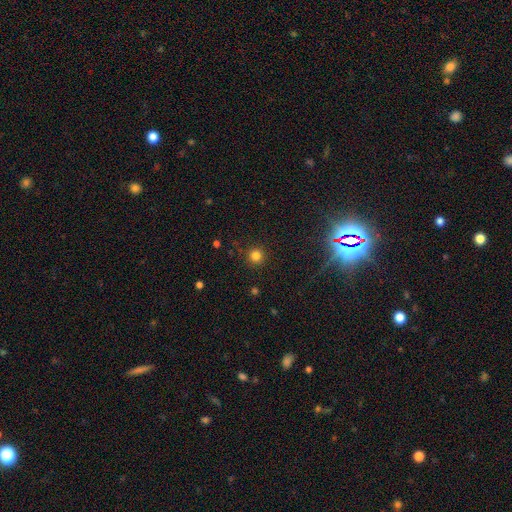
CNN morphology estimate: smooth-or-featured: smooth: 81% | star or artifact: 14% | featured or disk: 5%
  how-rounded: round: 95% | in between: 4% | cigar-shaped: 1%
  merging: none: 91% | minor disturbance: 5% | major disturbance: 2% | merger: 1%